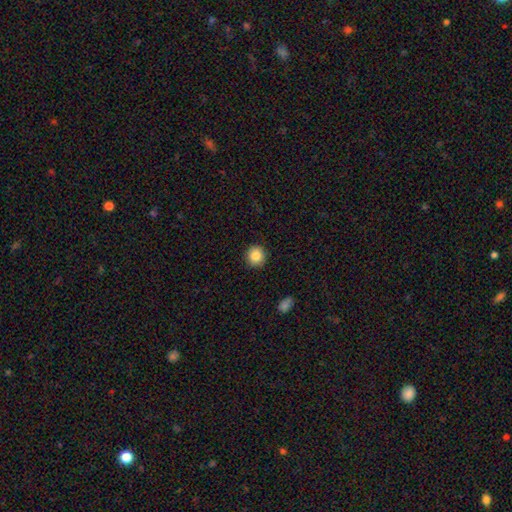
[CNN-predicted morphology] type=smooth (85%); roundness=round (93%); merging=none (92%).